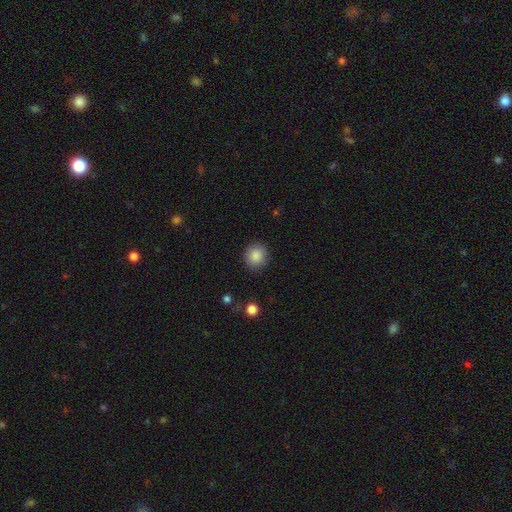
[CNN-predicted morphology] smooth 87%, star or artifact 9%, featured or disk 4%. Down the decision tree: how rounded — round (85%); merging — none (89%).